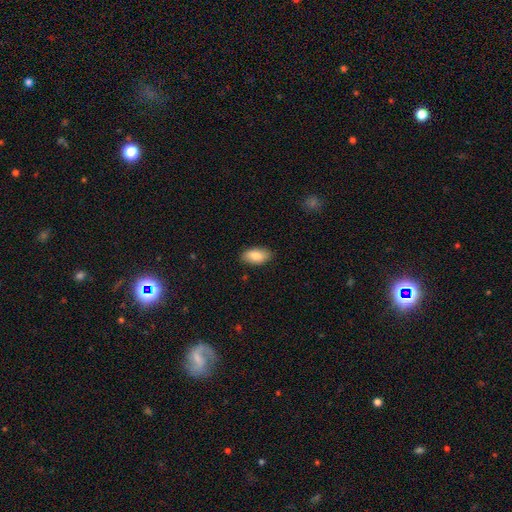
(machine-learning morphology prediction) Overall: smooth (85%). How rounded: in between (93%). Merging: none (86%).